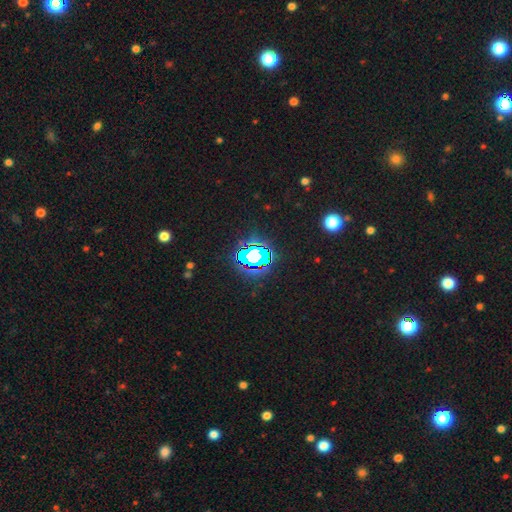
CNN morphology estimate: type=star or artifact (75%).